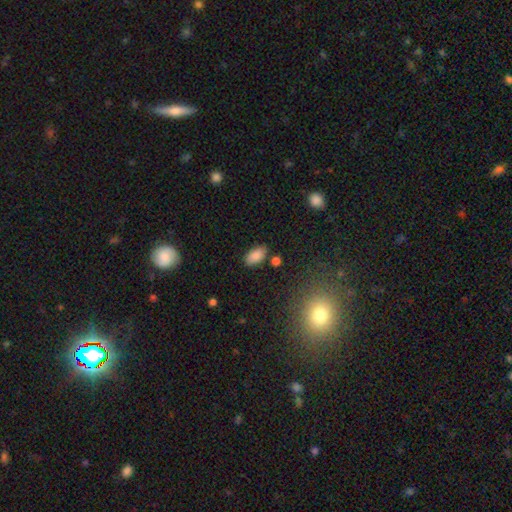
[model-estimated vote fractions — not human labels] This is clearly a smooth galaxy (86%). How rounded: clearly in between (94%). Merging: clearly none (81%).